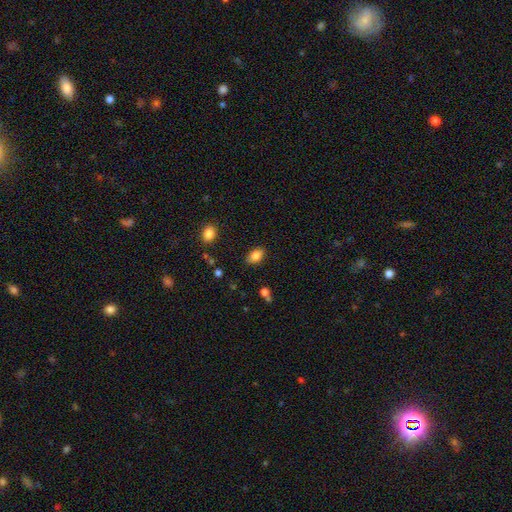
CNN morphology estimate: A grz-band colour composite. It shows a smooth galaxy with no disk features (85%) that is in between round and cigar-shaped (85%). Merging: none (83%).